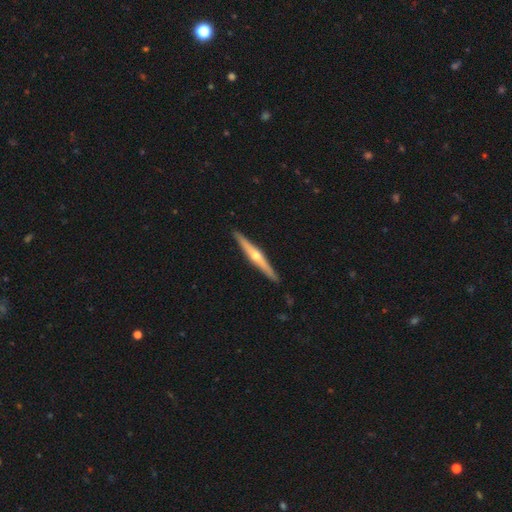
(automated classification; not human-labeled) smooth_or_featured: featured or disk (p=0.73) [alt: smooth p=0.22]
disk_edge_on: yes (p=0.98) [alt: no p=0.02]
edge_on_bulge: rounded (p=0.90) [alt: none p=0.07]
merging: none (p=0.91) [alt: minor disturbance p=0.06]